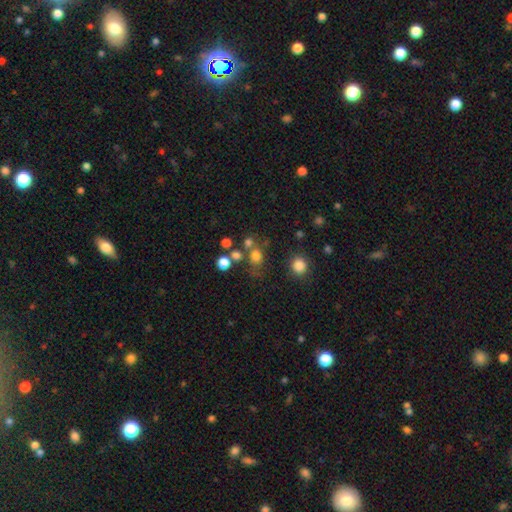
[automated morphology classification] Smooth or featured: smooth — 73% (star or artifact — 18%)
How rounded: round — 75% (in between — 24%)
Merging: none — 59% (merger — 23%)